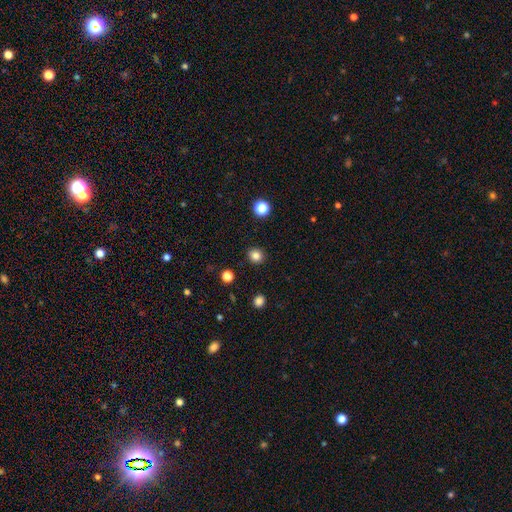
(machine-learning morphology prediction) Overall: smooth (83%). How rounded: round (87%). Merging: none (91%).